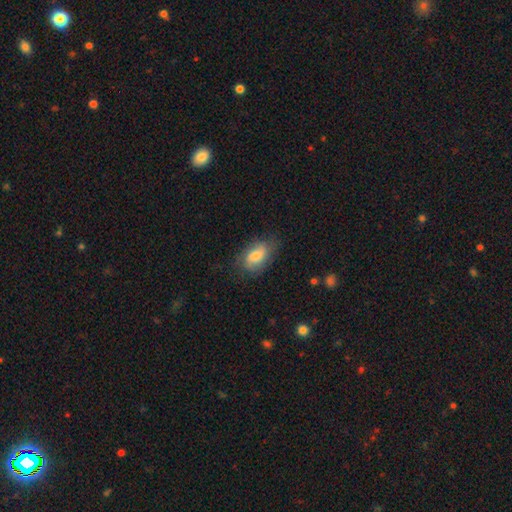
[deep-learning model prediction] The model was most divided on "merging": none: 65%, minor disturbance: 25%, major disturbance: 8%, merger: 1%. More confident: how rounded — in between (89%); smooth or featured — smooth (67%).